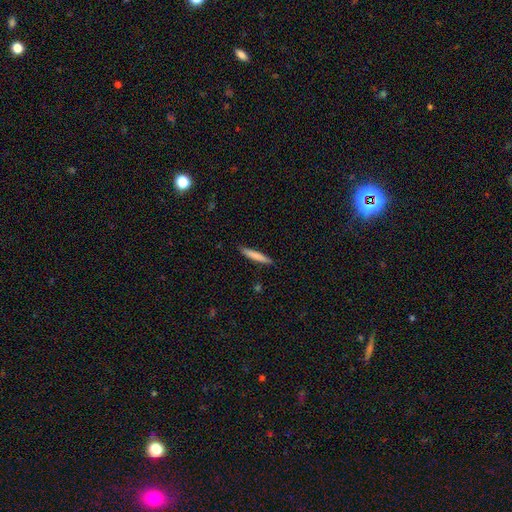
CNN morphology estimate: This is likely a smooth galaxy (79%). How rounded: clearly cigar-shaped (93%). Merging: clearly none (88%).